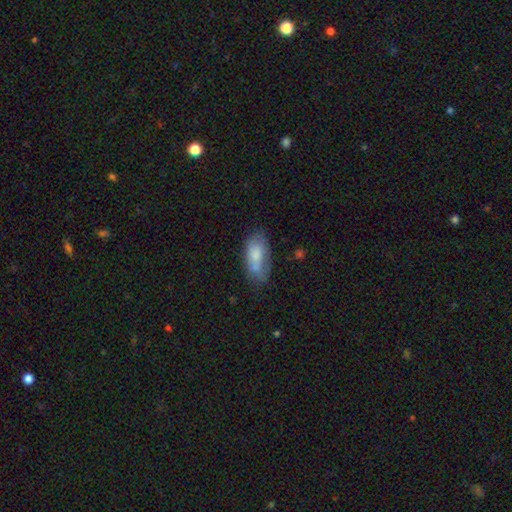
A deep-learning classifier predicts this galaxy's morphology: Q: Smooth or featured?
A: smooth (72%); runner-up: featured or disk (21%)
Q: How rounded?
A: in between (88%); runner-up: cigar-shaped (9%)
Q: Merging?
A: none (50%); runner-up: minor disturbance (29%)